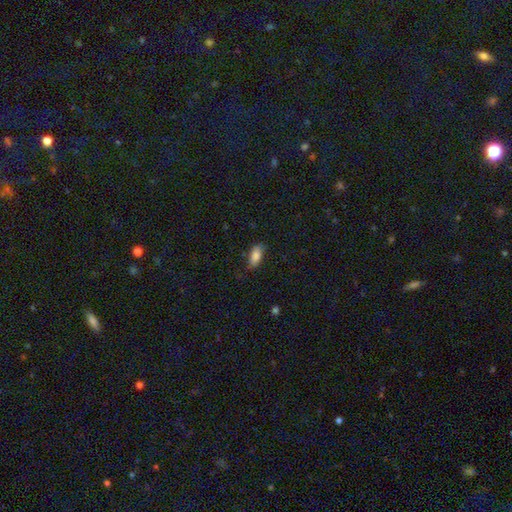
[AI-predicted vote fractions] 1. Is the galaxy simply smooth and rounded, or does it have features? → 86% smooth, 7% featured or disk, 7% star or artifact.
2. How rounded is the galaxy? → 85% in between, 12% cigar-shaped, 2% round.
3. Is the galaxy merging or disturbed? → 78% none, 17% minor disturbance, 4% major disturbance, 1% merger.